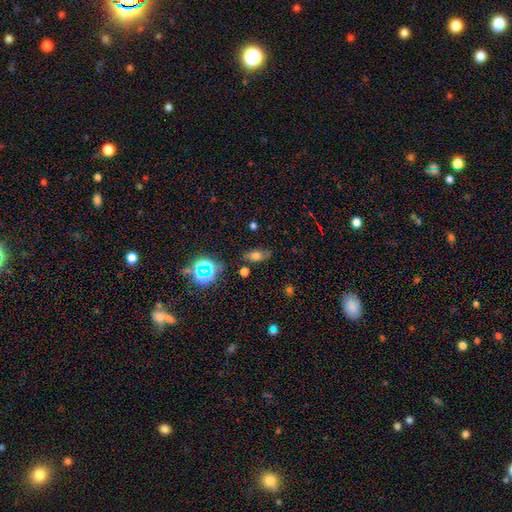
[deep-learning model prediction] This is possibly a smooth galaxy (59%). How rounded: likely in between (78%). Merging: likely none (72%).